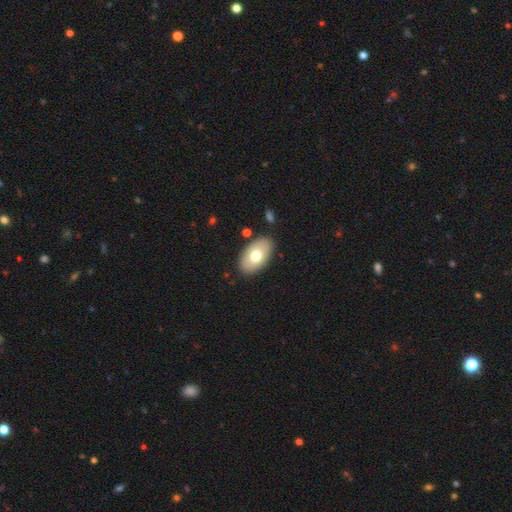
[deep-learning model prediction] smooth_or_featured: smooth (p=0.70) [alt: featured or disk p=0.24]
how_rounded: in between (p=0.94) [alt: round p=0.05]
merging: none (p=0.86) [alt: minor disturbance p=0.09]